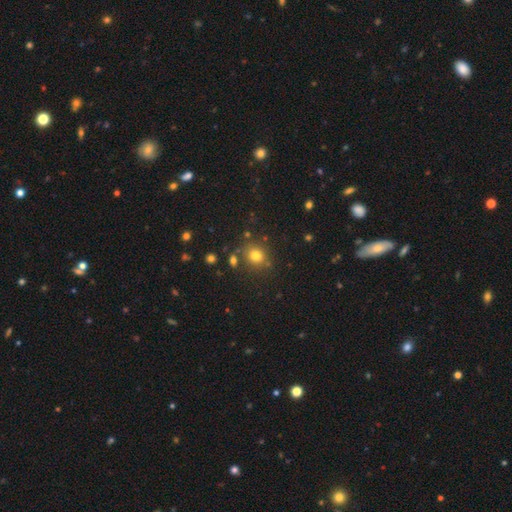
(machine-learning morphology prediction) Q: Smooth or featured?
A: smooth (77%); runner-up: star or artifact (16%)
Q: How rounded?
A: round (75%); runner-up: in between (24%)
Q: Merging?
A: none (78%); runner-up: minor disturbance (11%)